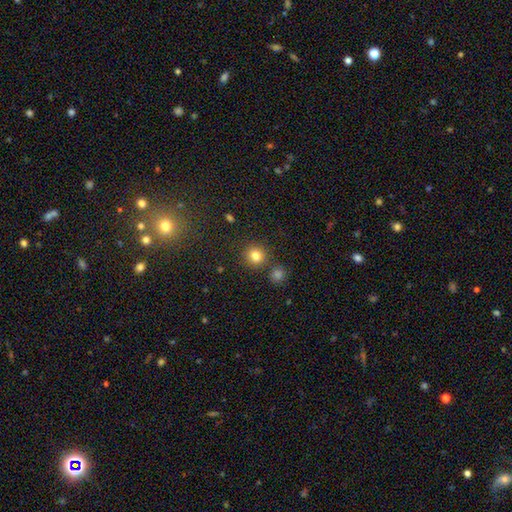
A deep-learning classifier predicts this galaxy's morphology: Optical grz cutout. It shows a smooth galaxy with no disk features (81%) that is round (91%). Merging: none (82%).